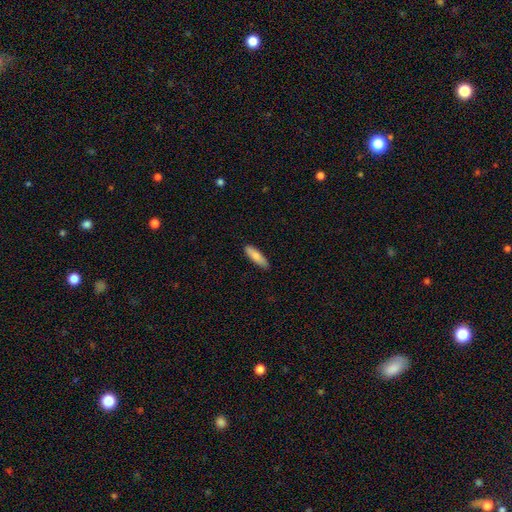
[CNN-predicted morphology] Smooth or featured? smooth (79%)
How rounded? cigar-shaped (59%)
Merging? none (88%)